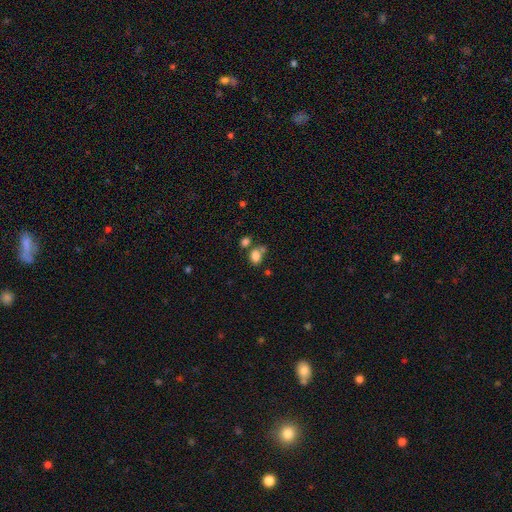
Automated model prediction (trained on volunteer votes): Morphology: type=smooth (81%); roundness=in between (69%); merging=none (50%).